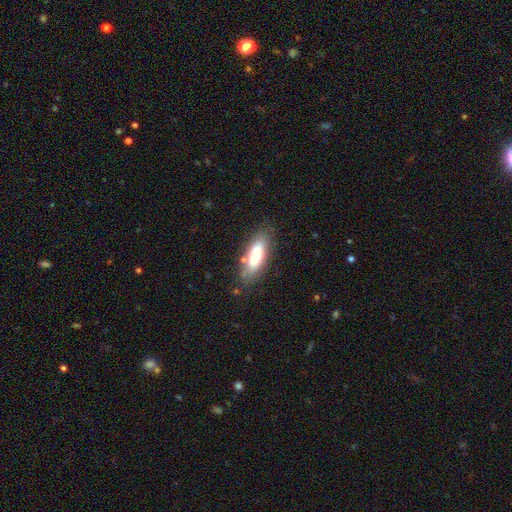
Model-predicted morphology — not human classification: Overall: smooth (70%). How rounded: in between (60%; cigar-shaped 38%). Merging: none (77%).